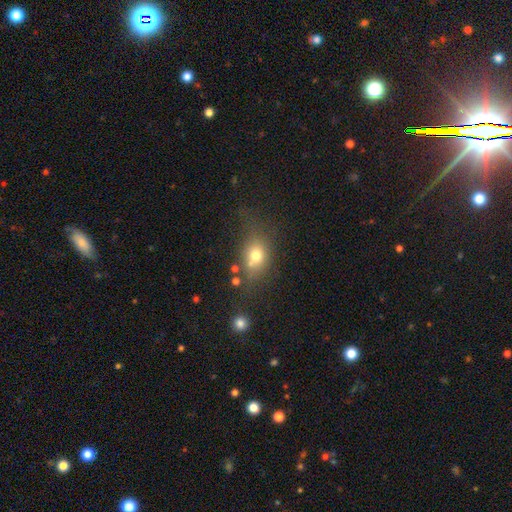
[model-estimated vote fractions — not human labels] Smooth or featured: smooth — 70% (featured or disk — 16%)
How rounded: in between — 56% (round — 42%)
Merging: none — 54% (minor disturbance — 21%)